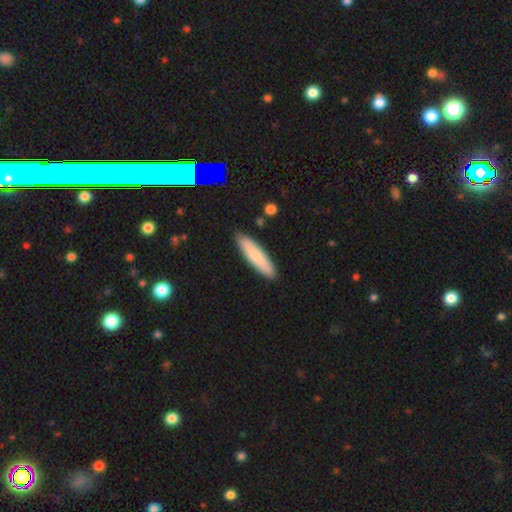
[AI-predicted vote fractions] A smooth galaxy with no disk features (80%) that is cigar-shaped (73%). Merging: none (88%).